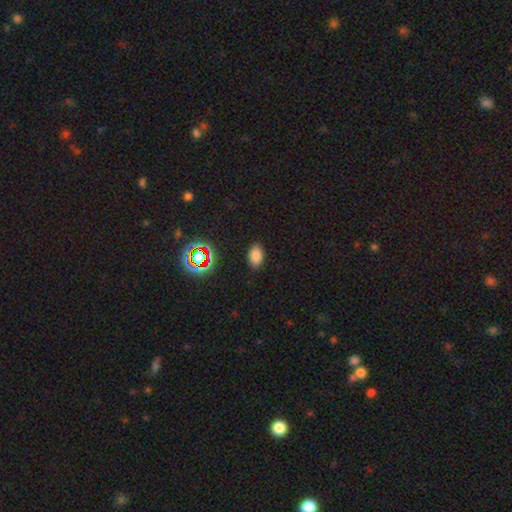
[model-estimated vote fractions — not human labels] smooth_or_featured: smooth (p=0.78) [alt: star or artifact p=0.16]
how_rounded: in between (p=0.90) [alt: round p=0.08]
merging: none (p=0.86) [alt: minor disturbance p=0.10]